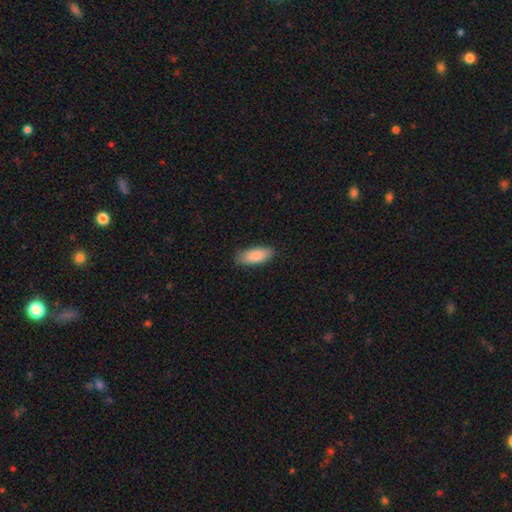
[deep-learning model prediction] Morphology: type=smooth (87%); roundness=in between (78%); merging=none (83%).